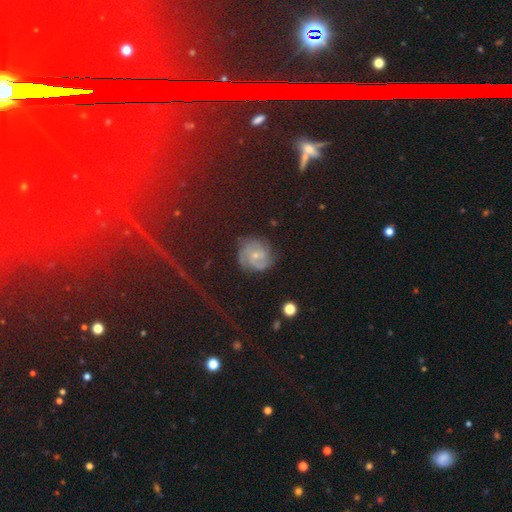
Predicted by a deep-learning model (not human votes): Morphology: type=featured or disk (67%); edge-on=no (98%); bar=no (71%); spiral arms=yes (93%); winding=tight (56%); arm count=3 (26%, tied with can't tell); bulge=small (72%); merging=none (72%).